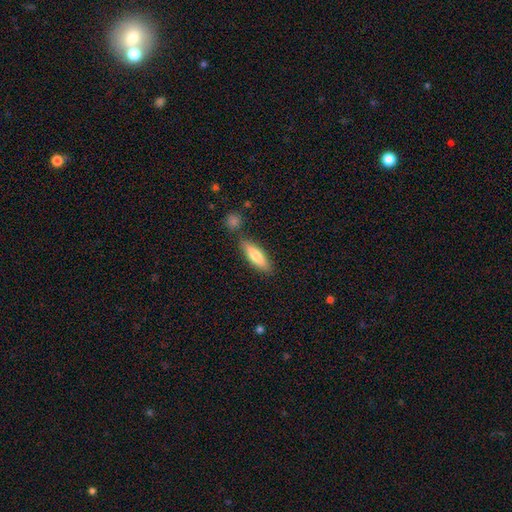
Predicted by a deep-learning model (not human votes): smooth-or-featured: smooth: 74% | featured or disk: 20% | star or artifact: 6%
  how-rounded: cigar-shaped: 57% | in between: 41% | round: 2%
  merging: none: 78% | minor disturbance: 12% | merger: 7% | major disturbance: 3%